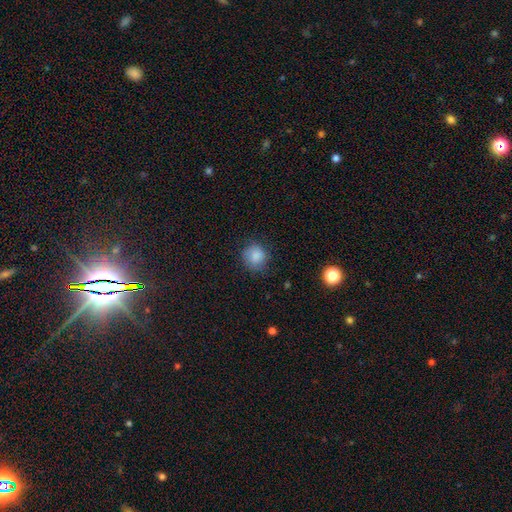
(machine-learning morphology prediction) smooth-or-featured: smooth: 86% | star or artifact: 9% | featured or disk: 5%
  how-rounded: round: 86% | in between: 13% | cigar-shaped: 1%
  merging: none: 77% | minor disturbance: 17% | major disturbance: 4% | merger: 1%